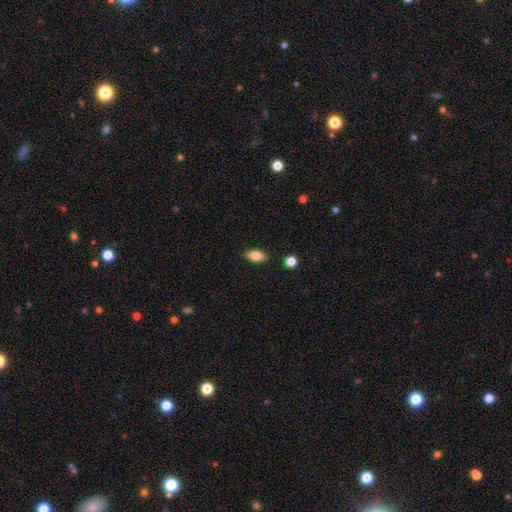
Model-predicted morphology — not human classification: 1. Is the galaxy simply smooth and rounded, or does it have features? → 83% smooth, 9% featured or disk, 8% star or artifact.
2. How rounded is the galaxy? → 87% in between, 8% cigar-shaped, 5% round.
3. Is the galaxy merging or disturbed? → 86% none, 10% minor disturbance, 2% major disturbance, 2% merger.